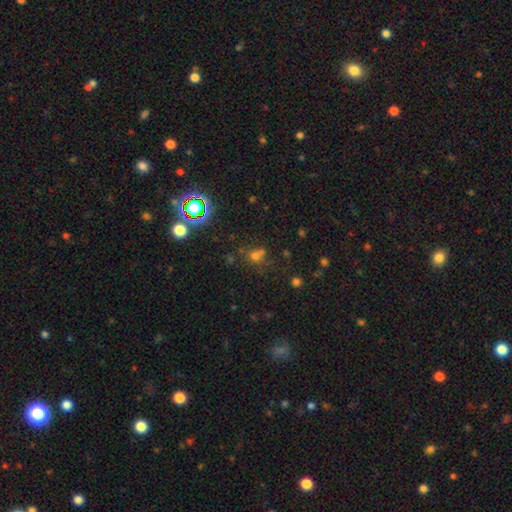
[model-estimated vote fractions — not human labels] Smooth or featured?
  - smooth: 53% *
  - star or artifact: 35%
  - featured or disk: 12%
How rounded?
  - round: 70% *
  - in between: 28%
  - cigar-shaped: 2%
Merging?
  - none: 52% *
  - merger: 24%
  - minor disturbance: 15%
  - major disturbance: 10%